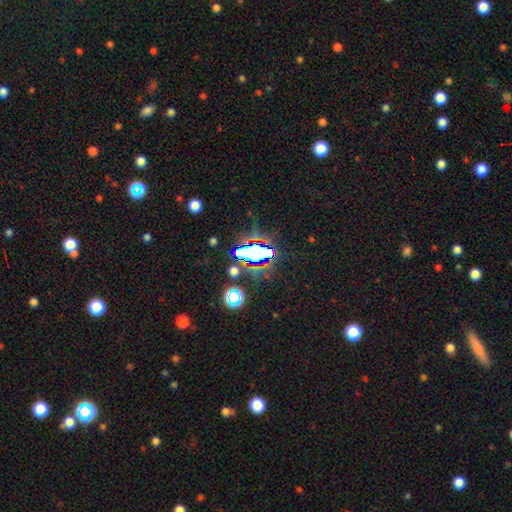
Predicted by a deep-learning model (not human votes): A star or artifact, not a galaxy (60%).